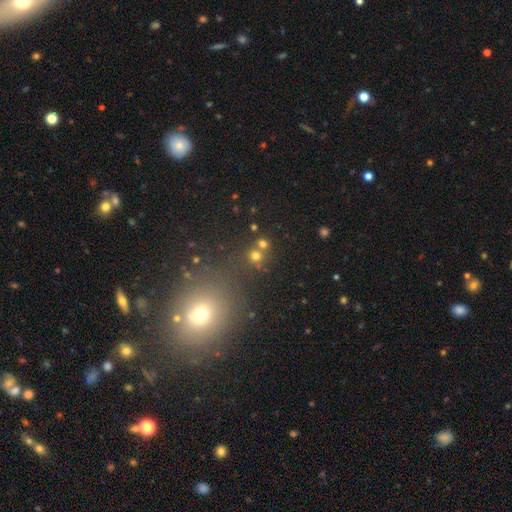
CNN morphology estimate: A smooth galaxy with no disk features (68%) that is round (89%).

Vote fractions:
- Smooth or featured? smooth: 68% / star or artifact: 24% / featured or disk: 9%
- How rounded? round: 89% / in between: 10% / cigar-shaped: 1%
- Merging? none: 64% / merger: 24% / minor disturbance: 8% / major disturbance: 4%